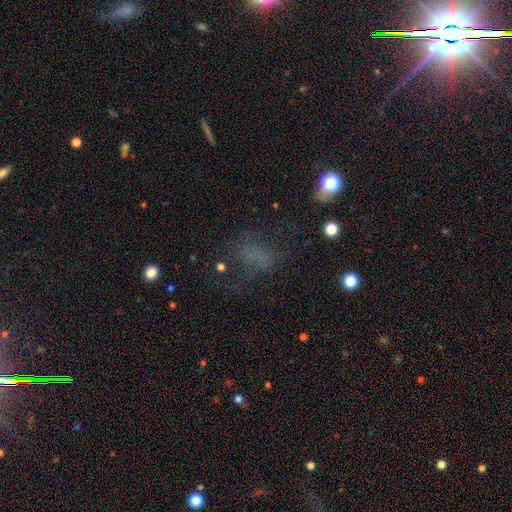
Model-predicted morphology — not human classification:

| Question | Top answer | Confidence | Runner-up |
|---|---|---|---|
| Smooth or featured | smooth | 46% | star or artifact (28%) |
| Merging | none | 49% | major disturbance (29%) |